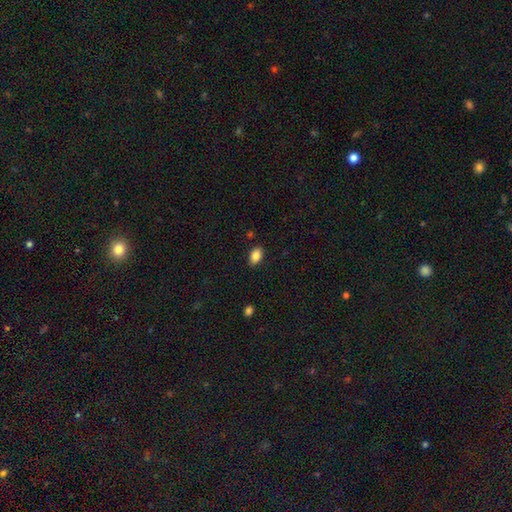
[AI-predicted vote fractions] Overall: smooth (86%). How rounded: in between (88%). Merging: none (87%).